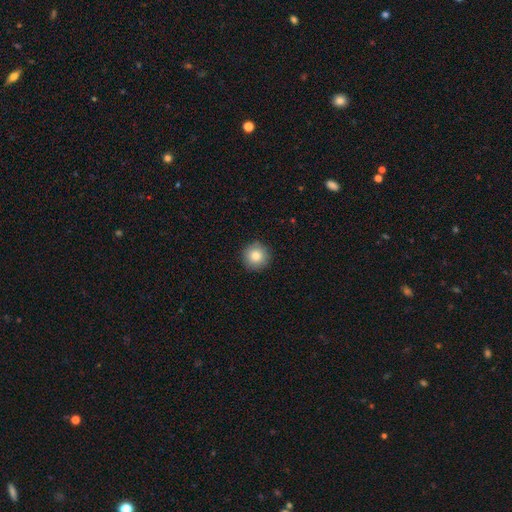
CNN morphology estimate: The model was most divided on "smooth or featured": smooth: 83%, star or artifact: 9%, featured or disk: 8%. More confident: how rounded — round (96%); merging — none (91%).